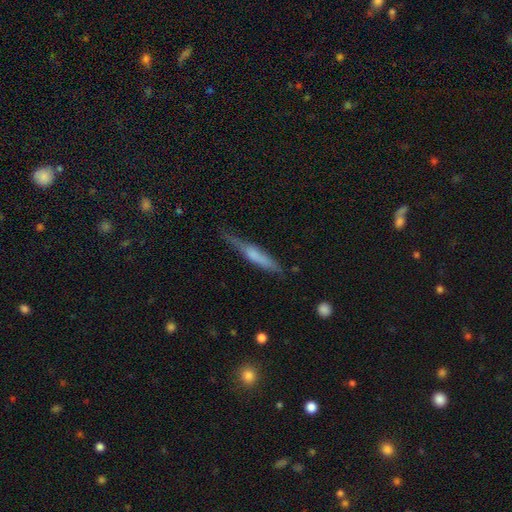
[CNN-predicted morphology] A featured or disk galaxy (47%).

Vote fractions:
- Smooth or featured? featured or disk: 47% / smooth: 46% / star or artifact: 7%
- Merging? none: 68% / minor disturbance: 24% / major disturbance: 7% / merger: 2%